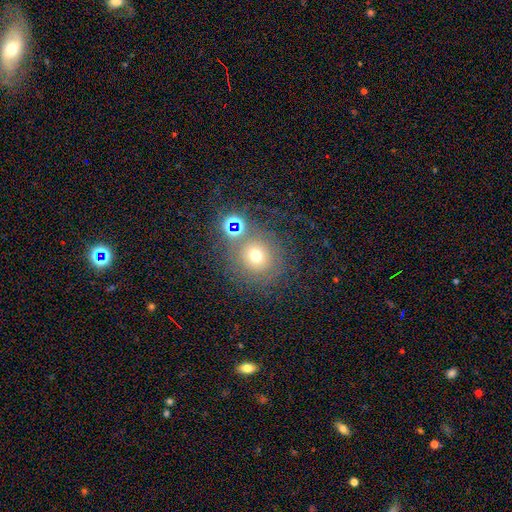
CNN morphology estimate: type=smooth (58%); roundness=round (90%); merging=none (71%).